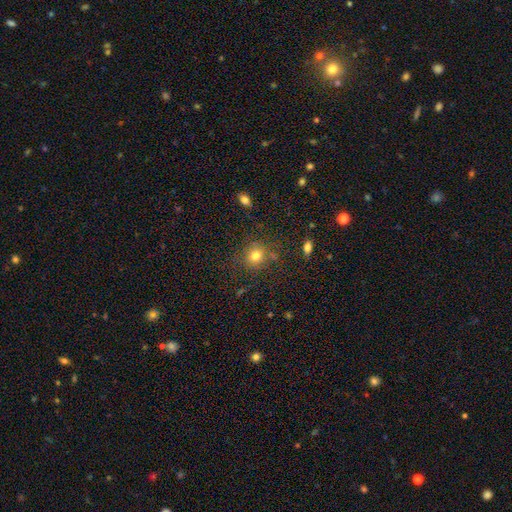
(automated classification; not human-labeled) Smooth or featured? Predicted: smooth (p=0.78). How rounded? Predicted: round (p=0.85). Merging? Predicted: none (p=0.79).